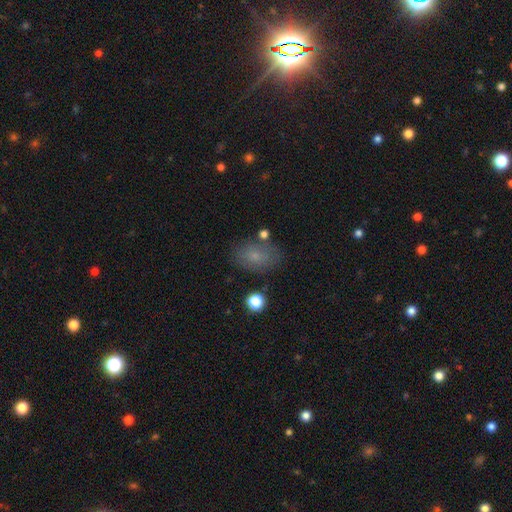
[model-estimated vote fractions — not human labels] Morphology: type=smooth (73%); roundness=in between (85%); merging=none (75%).